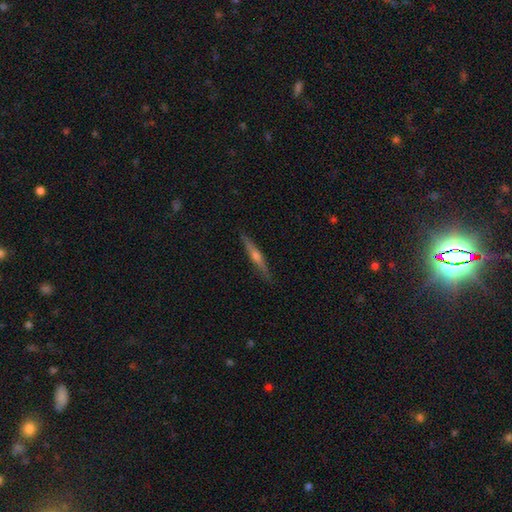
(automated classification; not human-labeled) Smooth or featured? featured or disk (74%)
Edge-on disk? yes (98%)
Edge-on bulge? rounded (85%)
Merging? none (90%)